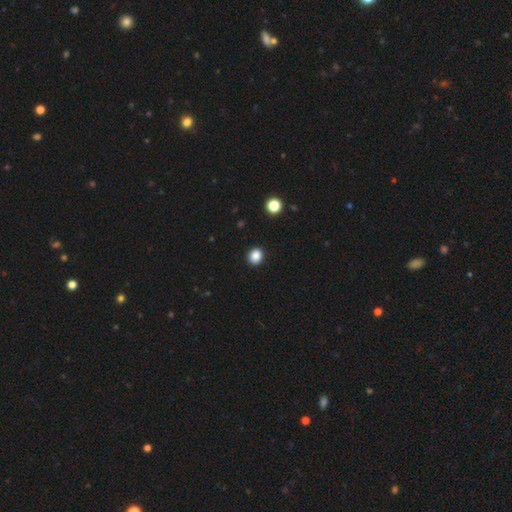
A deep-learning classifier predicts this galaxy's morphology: smooth 87%, star or artifact 11%, featured or disk 3%. Down the decision tree: how rounded — round (77%); merging — none (92%).